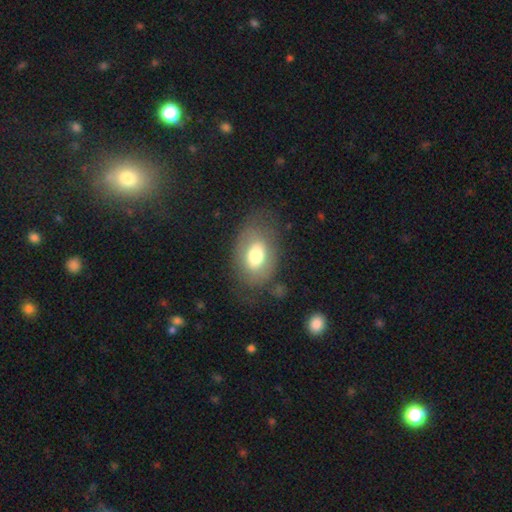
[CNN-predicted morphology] Smooth or featured? smooth (62%)
How rounded? in between (83%)
Merging? none (67%)